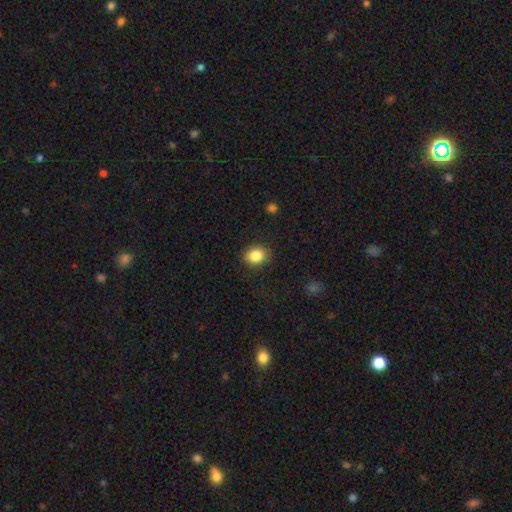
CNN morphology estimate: smooth_or_featured: smooth (p=0.86) [alt: star or artifact p=0.09]
how_rounded: round (p=0.56) [alt: in between p=0.43]
merging: none (p=0.88) [alt: minor disturbance p=0.08]